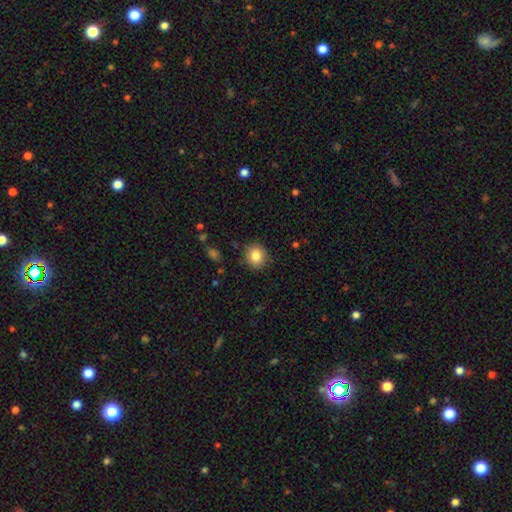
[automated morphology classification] This appears to be a smooth galaxy with no disk features (84%) that is round (83%). Merging: none (87%).